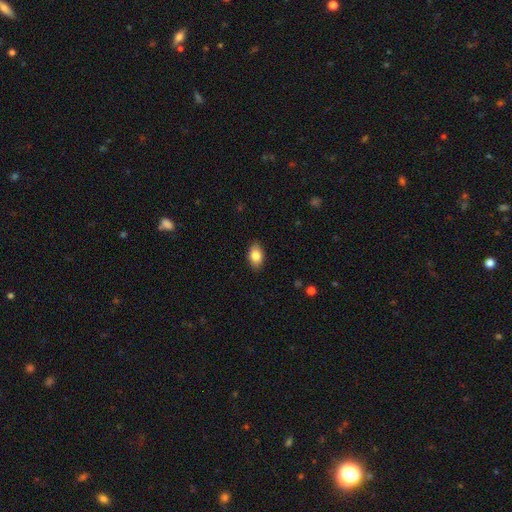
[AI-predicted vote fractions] This is clearly a smooth galaxy (84%). How rounded: clearly in between (89%). Merging: clearly none (88%).